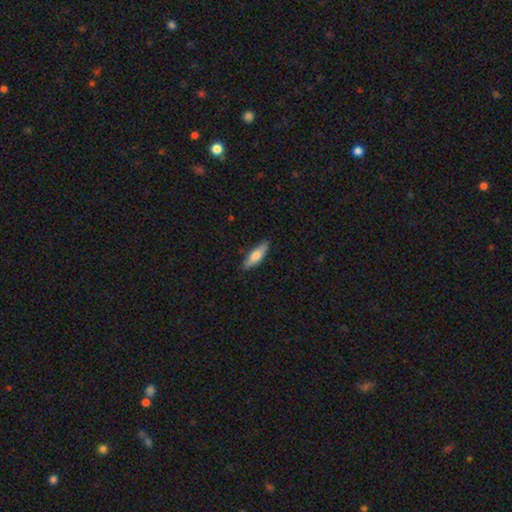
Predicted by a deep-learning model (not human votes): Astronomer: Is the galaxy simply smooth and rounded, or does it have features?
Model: smooth — 68%.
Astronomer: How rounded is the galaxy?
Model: cigar-shaped — 59% (runner-up: in between, 39%).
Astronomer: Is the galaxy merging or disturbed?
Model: none — 87%.